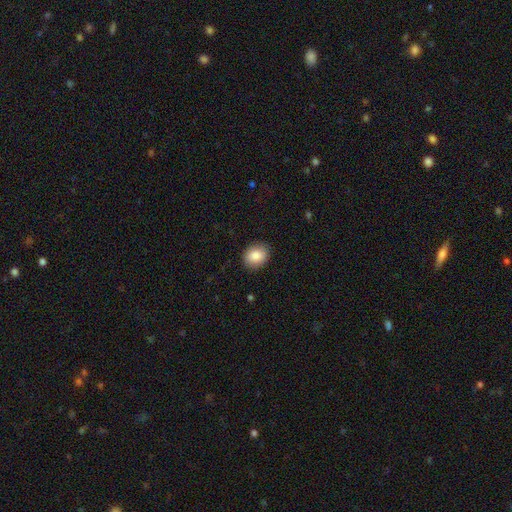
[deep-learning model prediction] This appears to be a smooth galaxy with no disk features (87%) that is in between round and cigar-shaped (55%). Merging: none (87%).